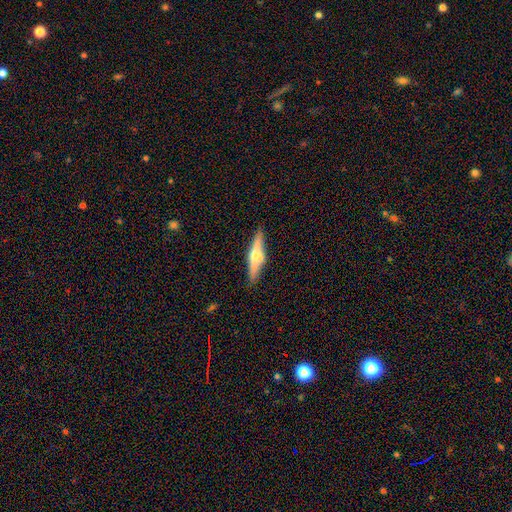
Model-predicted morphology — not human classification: smooth-or-featured: featured or disk: 58% | smooth: 35% | star or artifact: 6%
  disk-edge-on: yes: 96% | no: 4%
    edge-on-bulge: rounded: 88% | boxy: 7% | none: 5%
  merging: none: 86% | minor disturbance: 10% | major disturbance: 2% | merger: 2%